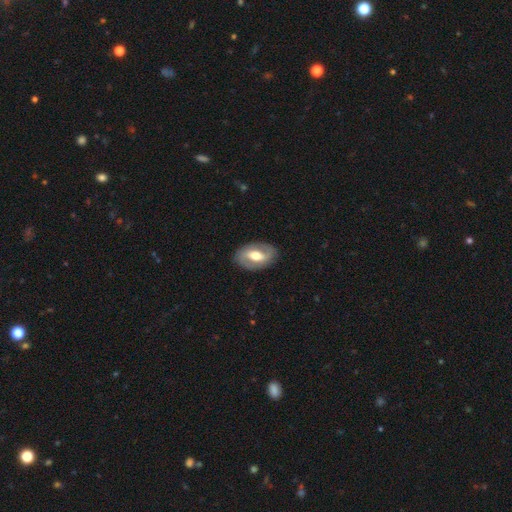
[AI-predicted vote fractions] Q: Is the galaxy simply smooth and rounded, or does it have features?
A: featured or disk — 73%.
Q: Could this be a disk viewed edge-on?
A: no — 95%.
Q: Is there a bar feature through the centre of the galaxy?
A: weak — 41%.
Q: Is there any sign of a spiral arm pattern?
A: yes — 76%.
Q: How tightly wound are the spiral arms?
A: medium — 45%.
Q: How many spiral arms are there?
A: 2 — 88%.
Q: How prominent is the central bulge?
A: moderate — 68%.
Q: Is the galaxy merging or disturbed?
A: none — 86%.